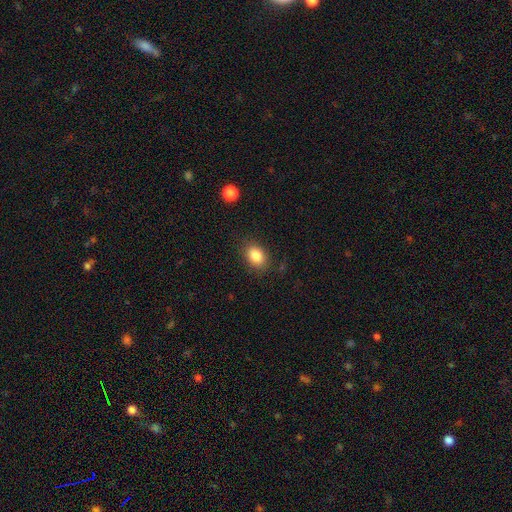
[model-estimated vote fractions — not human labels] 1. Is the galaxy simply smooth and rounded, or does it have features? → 85% smooth, 9% star or artifact, 6% featured or disk.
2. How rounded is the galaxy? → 71% in between, 28% round, 1% cigar-shaped.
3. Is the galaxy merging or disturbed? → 84% none, 11% minor disturbance, 3% major disturbance, 1% merger.